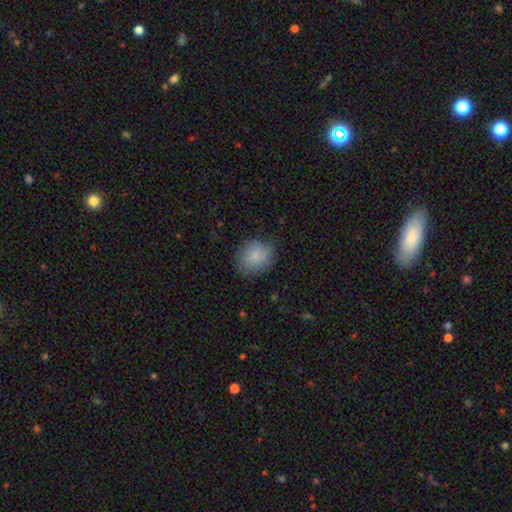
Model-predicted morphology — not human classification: Smooth or featured?
  - smooth: 85% *
  - star or artifact: 8%
  - featured or disk: 7%
How rounded?
  - round: 64% *
  - in between: 35%
  - cigar-shaped: 1%
Merging?
  - none: 78% *
  - minor disturbance: 17%
  - major disturbance: 4%
  - merger: 1%